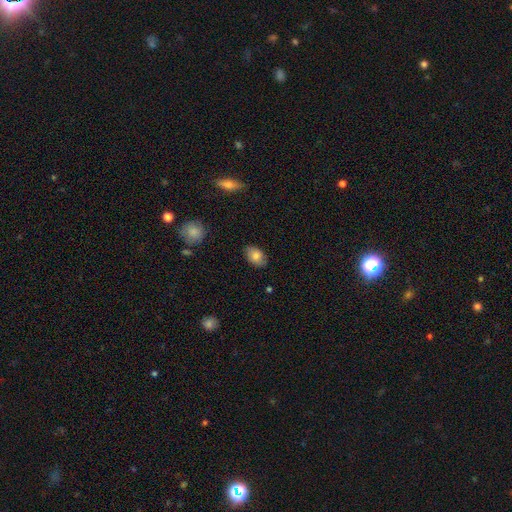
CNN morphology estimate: This appears to be a smooth galaxy with no disk features (81%) that is in between round and cigar-shaped (87%). Merging: none (84%).